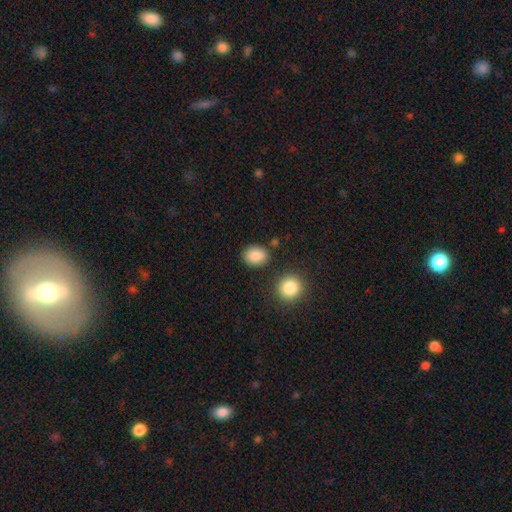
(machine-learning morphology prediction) Smooth or featured?
  - smooth: 87% *
  - star or artifact: 8%
  - featured or disk: 5%
How rounded?
  - in between: 53% *
  - round: 45%
  - cigar-shaped: 1%
Merging?
  - none: 81% *
  - minor disturbance: 11%
  - merger: 5%
  - major disturbance: 3%